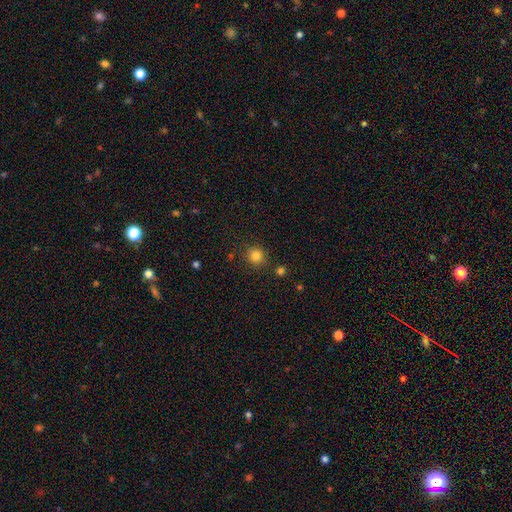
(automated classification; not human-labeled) smooth_or_featured: smooth (p=0.82) [alt: star or artifact p=0.13]
how_rounded: round (p=0.89) [alt: in between p=0.10]
merging: none (p=0.85) [alt: minor disturbance p=0.08]